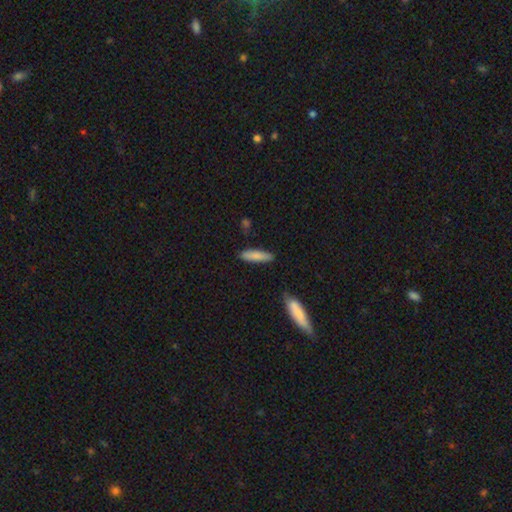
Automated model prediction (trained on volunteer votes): Morphology: type=smooth (83%); roundness=cigar-shaped (69%); merging=none (83%).